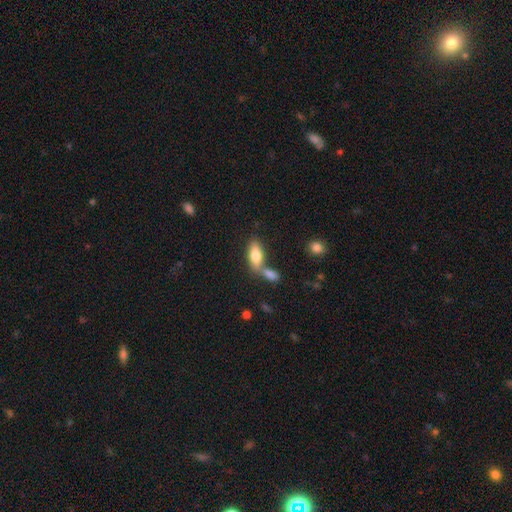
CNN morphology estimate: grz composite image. It shows a smooth galaxy with no disk features (73%) that is in between round and cigar-shaped (78%). Merging: none (51%).